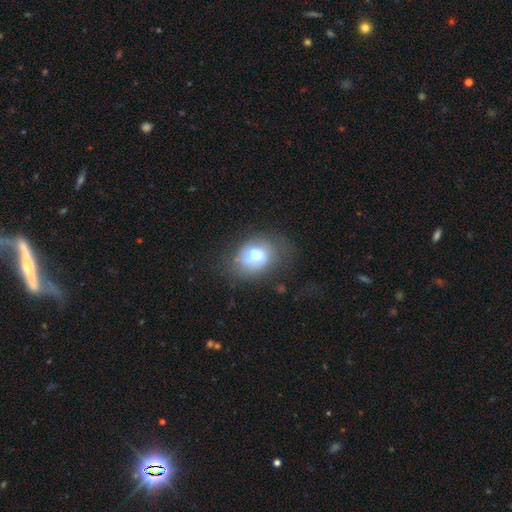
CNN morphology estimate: Q: Smooth or featured?
A: smooth (67%); runner-up: featured or disk (23%)
Q: How rounded?
A: in between (62%); runner-up: round (37%)
Q: Merging?
A: none (46%); runner-up: minor disturbance (27%)